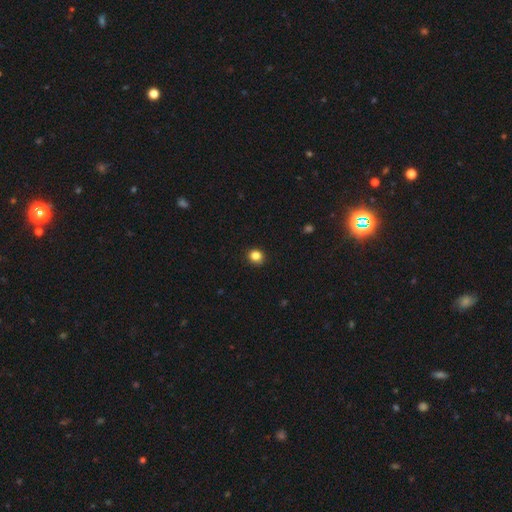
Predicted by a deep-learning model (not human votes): A smooth galaxy with no disk features (83%) that is round (85%). Merging: none (90%).